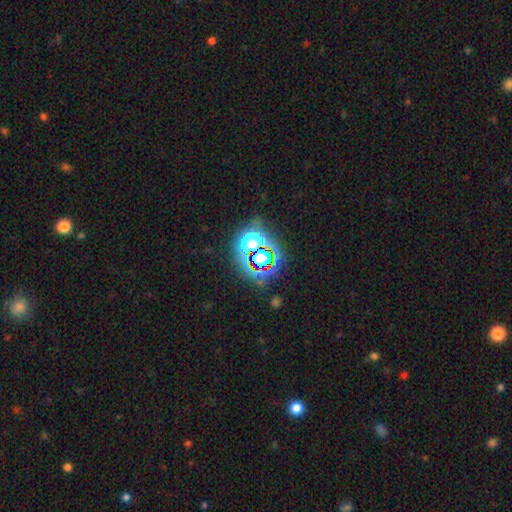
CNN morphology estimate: type=star or artifact (75%).